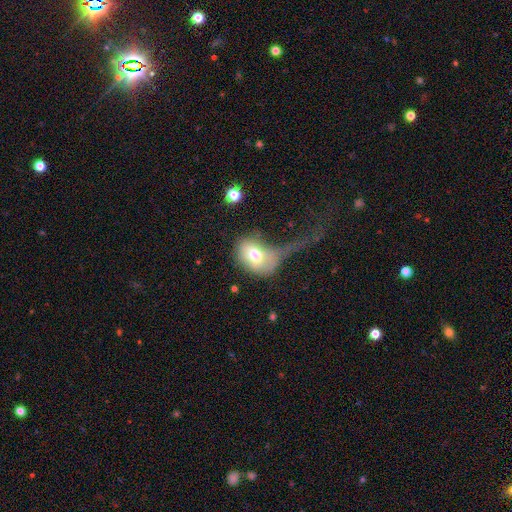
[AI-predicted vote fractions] smooth 67%, featured or disk 24%, star or artifact 9%. Down the decision tree: how rounded — in between (75%); merging — major disturbance (60%).